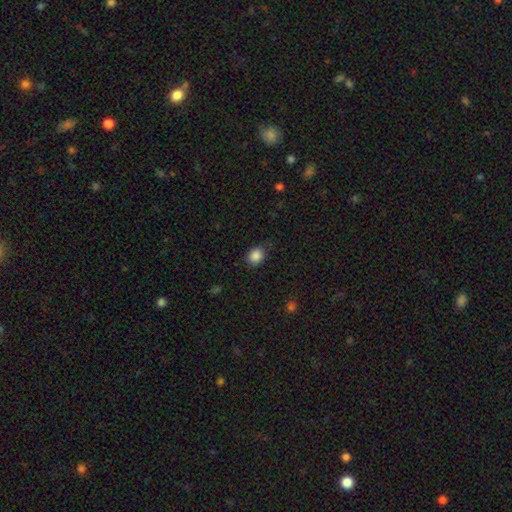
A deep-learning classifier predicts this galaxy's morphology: This appears to be a smooth galaxy with no disk features (86%) that is round (60%). Merging: none (79%).